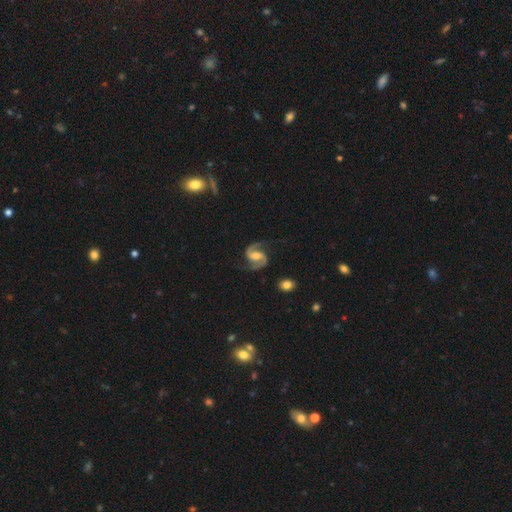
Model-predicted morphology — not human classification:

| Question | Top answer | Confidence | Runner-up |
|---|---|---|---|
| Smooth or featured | featured or disk | 93% | star or artifact (4%) |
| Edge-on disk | no | 98% | yes (2%) |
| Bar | weak | 46% | strong (30%) |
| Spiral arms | yes | 98% | no (2%) |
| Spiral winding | medium | 63% | loose (21%) |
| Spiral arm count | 2 | 95% | can't tell (1%) |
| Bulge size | moderate | 55% | small (27%) |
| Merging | none | 80% | minor disturbance (13%) |